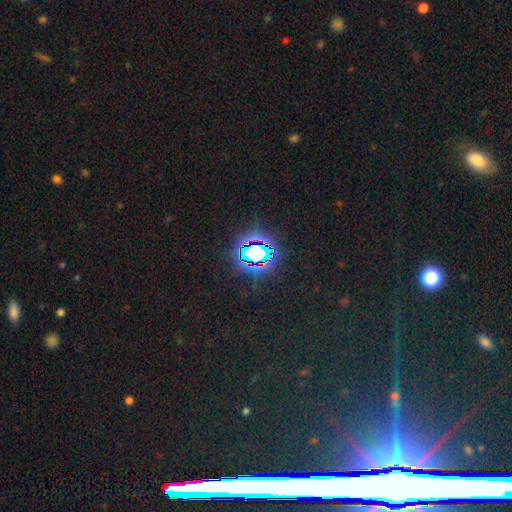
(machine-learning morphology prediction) Smooth or featured?
  - star or artifact: 74% *
  - smooth: 16%
  - featured or disk: 11%